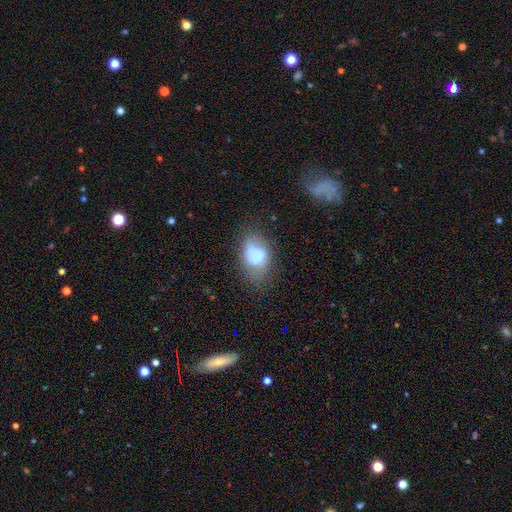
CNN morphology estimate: smooth_or_featured: smooth (p=0.70) [alt: featured or disk p=0.19]
how_rounded: in between (p=0.75) [alt: round p=0.24]
merging: none (p=0.41) [alt: minor disturbance p=0.31]